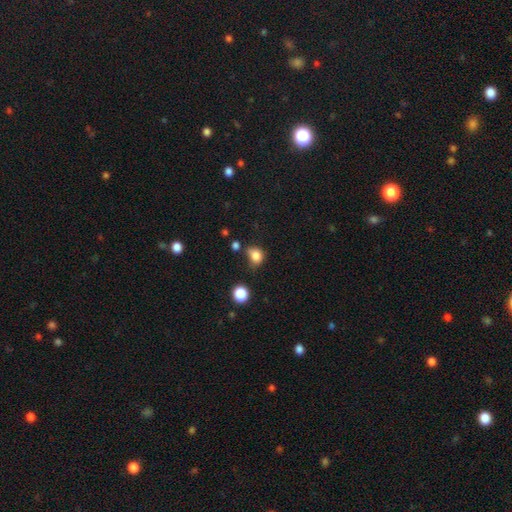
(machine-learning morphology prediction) A smooth galaxy with no disk features (82%) that is round (56%).

Vote fractions:
- Smooth or featured? smooth: 82% / star or artifact: 12% / featured or disk: 6%
- How rounded? round: 56% / in between: 43% / cigar-shaped: 1%
- Merging? none: 52% / minor disturbance: 30% / major disturbance: 10% / merger: 8%